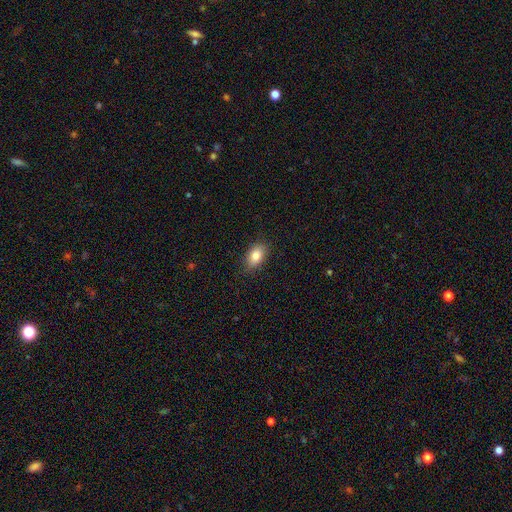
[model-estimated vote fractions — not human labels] smooth_or_featured: smooth (p=0.84) [alt: featured or disk p=0.08]
how_rounded: in between (p=0.88) [alt: round p=0.10]
merging: none (p=0.85) [alt: minor disturbance p=0.12]